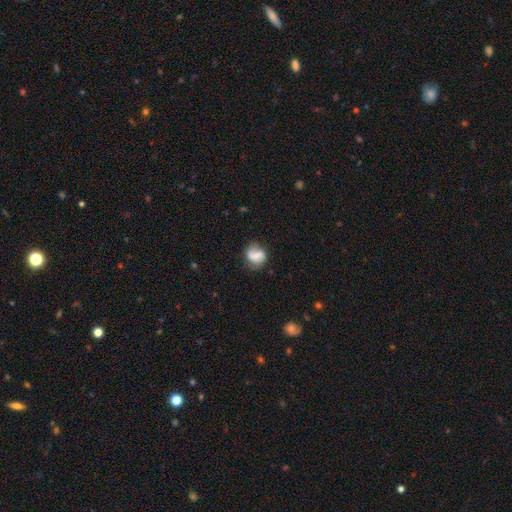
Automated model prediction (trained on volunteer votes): Morphology: type=smooth (49%); merging=none (62%).